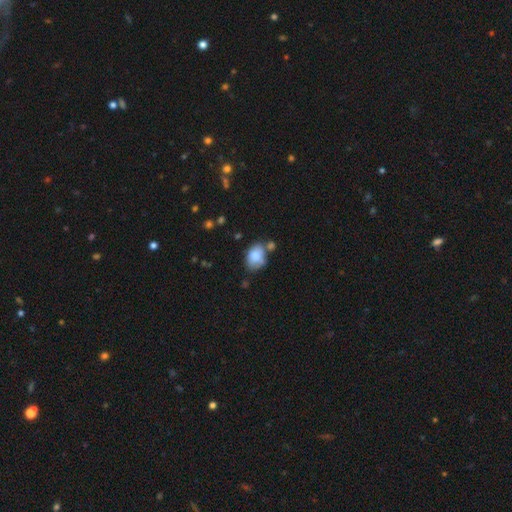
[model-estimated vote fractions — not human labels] The model was most divided on "merging": none: 45%, minor disturbance: 26%, merger: 20%, major disturbance: 9%. More confident: smooth or featured — smooth (80%); how rounded — in between (77%).